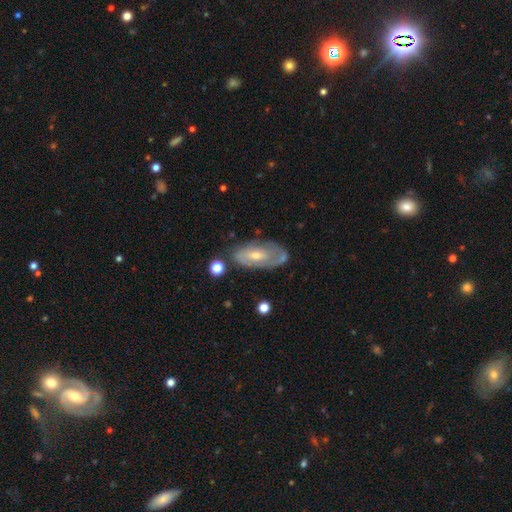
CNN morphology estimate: The model was most divided on "bulge size": moderate: 51%, small: 42%, large: 4%, none: 3%, dominant: 1%. More confident: edge-on disk — no (88%); merging — none (63%); smooth or featured — featured or disk (63%); spiral arms — yes (62%); bar — no (59%).